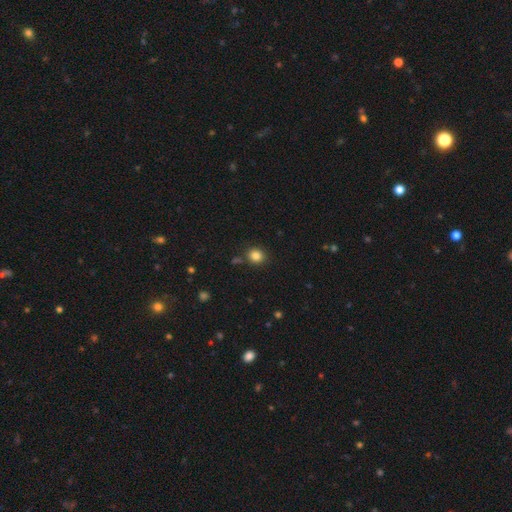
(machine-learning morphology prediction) Smooth or featured: smooth — 84% (star or artifact — 11%)
How rounded: round — 86% (in between — 13%)
Merging: none — 84% (minor disturbance — 9%)